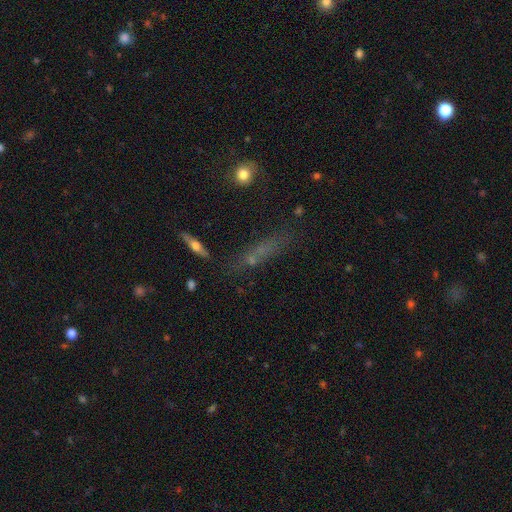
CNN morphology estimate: The model was most divided on "smooth or featured": smooth: 46%, featured or disk: 29%, star or artifact: 25%. More confident: merging — none (64%).